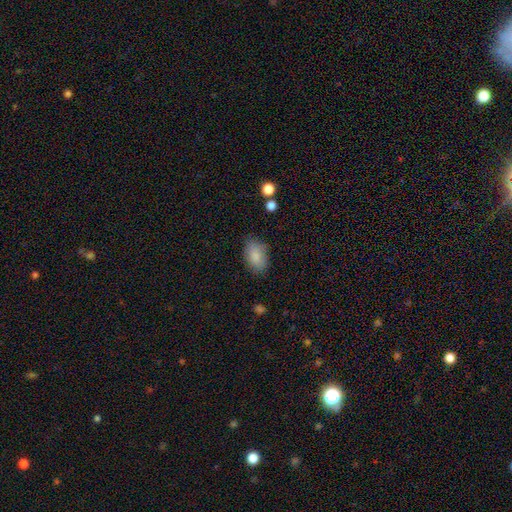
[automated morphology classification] Smooth or featured? smooth (87%)
How rounded? in between (90%)
Merging? none (79%)